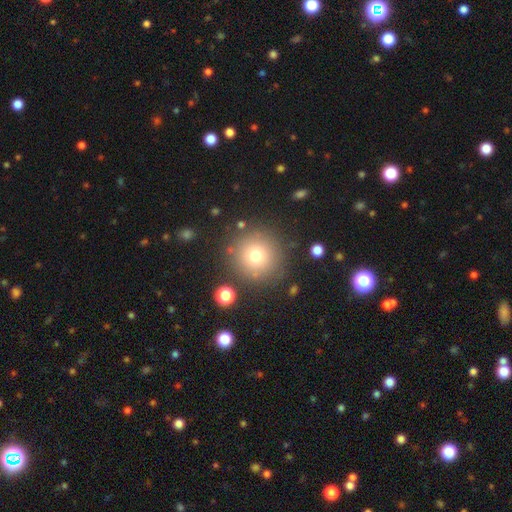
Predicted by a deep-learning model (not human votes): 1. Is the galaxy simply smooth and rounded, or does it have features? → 74% smooth, 14% star or artifact, 12% featured or disk.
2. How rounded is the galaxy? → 95% round, 4% in between, 1% cigar-shaped.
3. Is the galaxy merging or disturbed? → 84% none, 8% minor disturbance, 4% major disturbance, 4% merger.